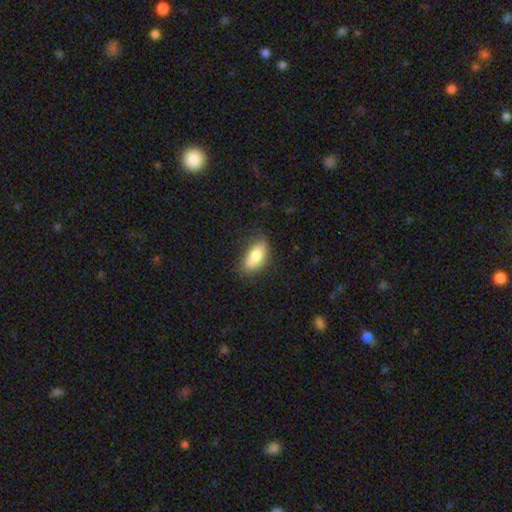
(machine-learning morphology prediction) This appears to be a smooth galaxy with no disk features (76%) that is in between round and cigar-shaped (86%). Merging: none (62%).